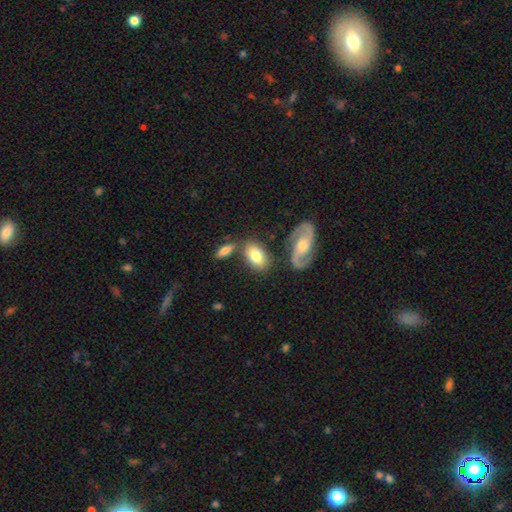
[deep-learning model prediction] This appears to be a smooth galaxy with no disk features (69%) that is in between round and cigar-shaped (90%). Merging: none (66%).